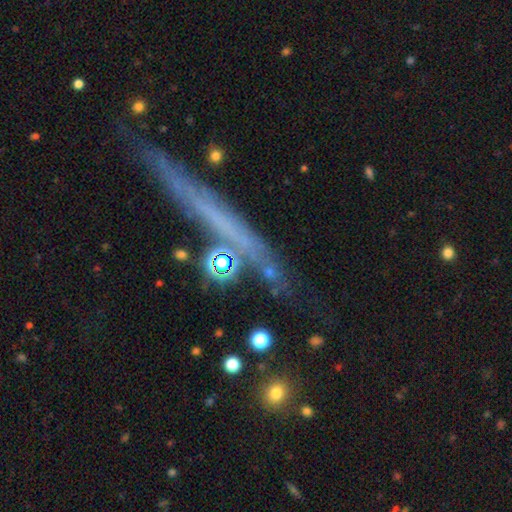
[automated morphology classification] A featured or disk galaxy (52%) viewed edge-on (92%). Merging: none (80%).